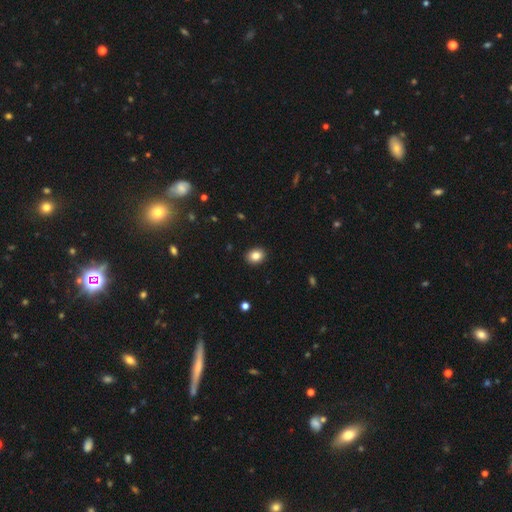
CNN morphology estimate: This is clearly a smooth galaxy (84%). How rounded: possibly round (52%). Merging: clearly none (91%).